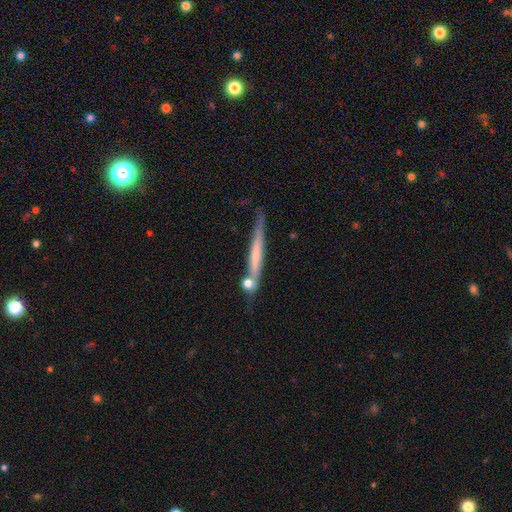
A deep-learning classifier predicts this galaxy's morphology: This is possibly a featured or disk galaxy (47%). Merging: likely none (63%).